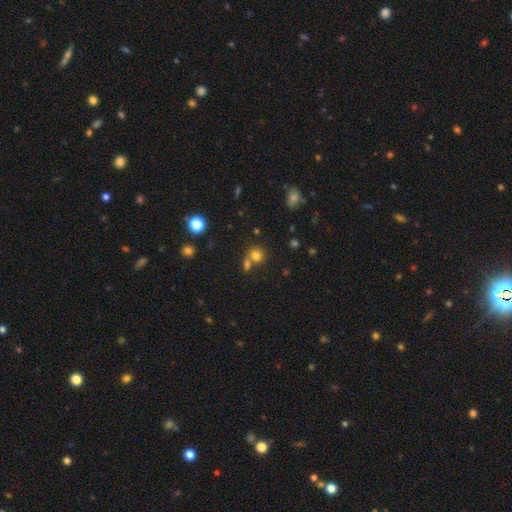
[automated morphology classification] Smooth or featured: smooth — 77% (star or artifact — 15%)
How rounded: round — 80% (in between — 19%)
Merging: none — 50% (merger — 38%)